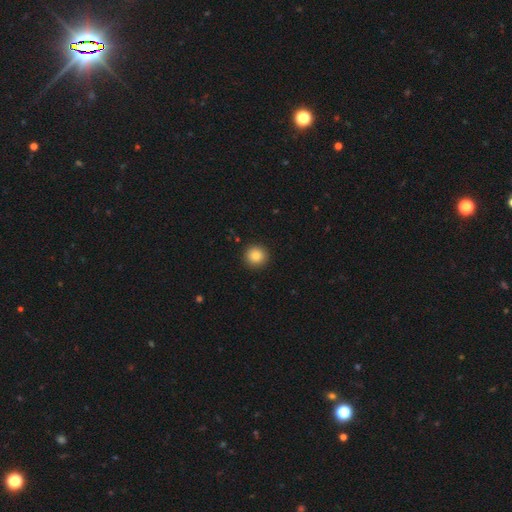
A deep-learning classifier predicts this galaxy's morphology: Q: Smooth or featured?
A: smooth (84%); runner-up: star or artifact (10%)
Q: How rounded?
A: round (94%); runner-up: in between (5%)
Q: Merging?
A: none (92%); runner-up: minor disturbance (5%)